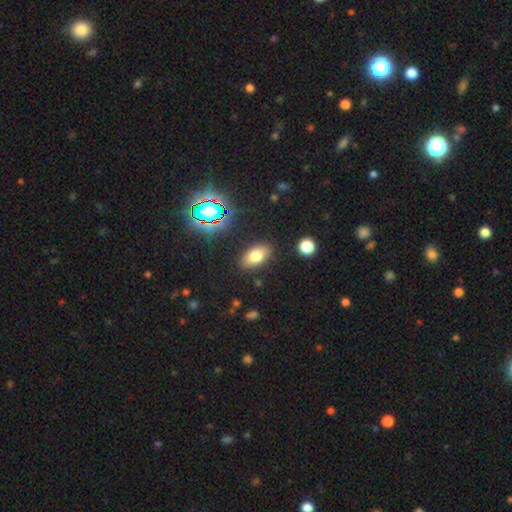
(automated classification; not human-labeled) smooth 73%, featured or disk 14%, star or artifact 13%. Down the decision tree: how rounded — in between (88%); merging — none (86%).